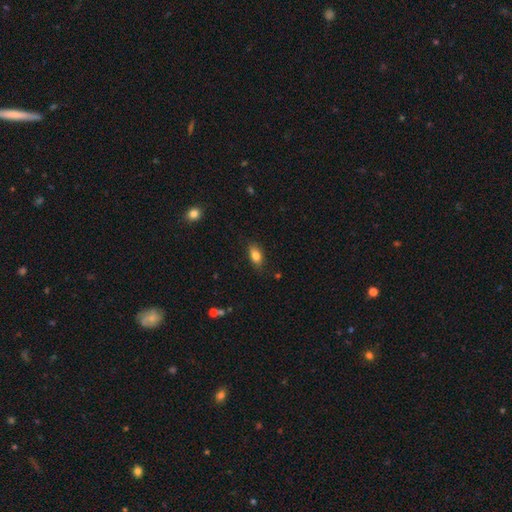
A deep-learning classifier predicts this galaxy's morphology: Q: Smooth or featured?
A: smooth (81%); runner-up: featured or disk (10%)
Q: How rounded?
A: in between (85%); runner-up: round (7%)
Q: Merging?
A: none (81%); runner-up: minor disturbance (14%)